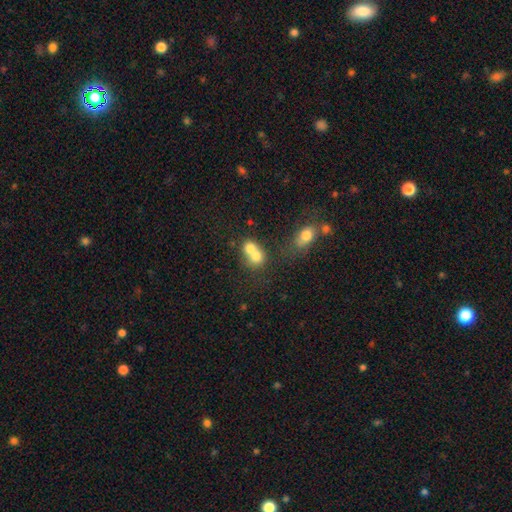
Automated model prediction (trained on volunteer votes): A smooth galaxy with no disk features (71%) that is round (64%).

Vote fractions:
- Smooth or featured? smooth: 71% / featured or disk: 18% / star or artifact: 10%
- How rounded? round: 64% / in between: 35% / cigar-shaped: 1%
- Merging? merger: 69% / none: 22% / minor disturbance: 6% / major disturbance: 3%